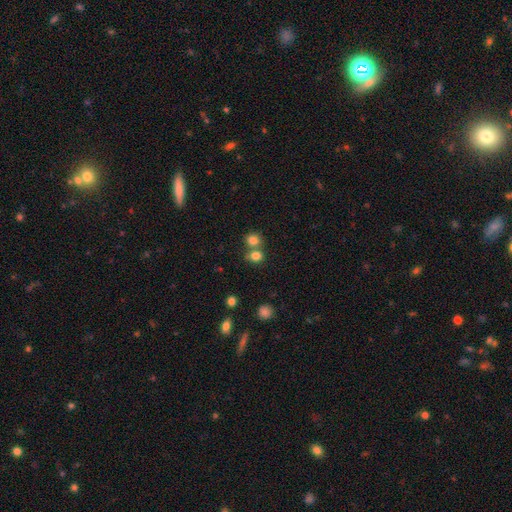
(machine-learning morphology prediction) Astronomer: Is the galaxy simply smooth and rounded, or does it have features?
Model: smooth — 80%.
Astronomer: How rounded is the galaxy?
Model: round — 70%.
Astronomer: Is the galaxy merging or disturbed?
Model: none — 51% (runner-up: merger, 37%).